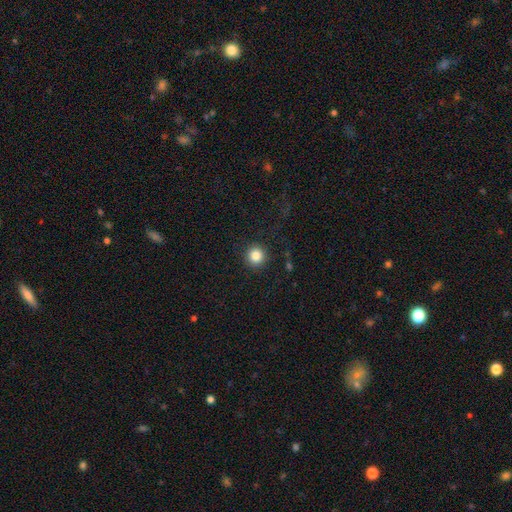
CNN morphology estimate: smooth_or_featured: smooth (p=0.85) [alt: star or artifact p=0.10]
how_rounded: round (p=0.94) [alt: in between p=0.05]
merging: none (p=0.90) [alt: minor disturbance p=0.06]